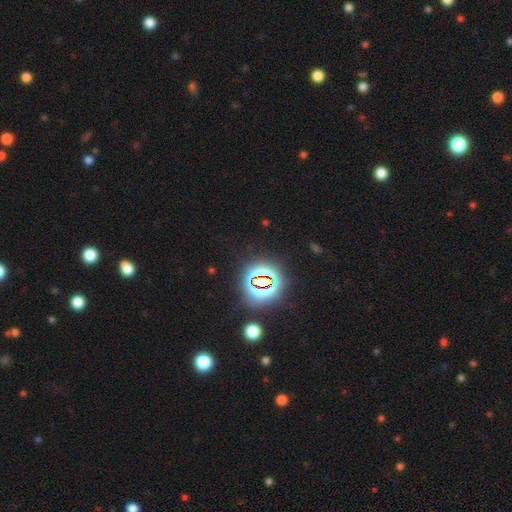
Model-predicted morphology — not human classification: Smooth or featured: star or artifact — 80% (smooth — 13%)